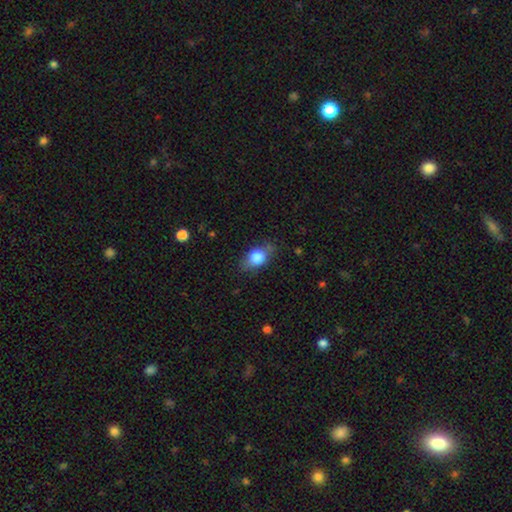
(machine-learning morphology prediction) This appears to be a smooth galaxy with no disk features (79%) that is in between round and cigar-shaped (74%). Merging: none (68%).